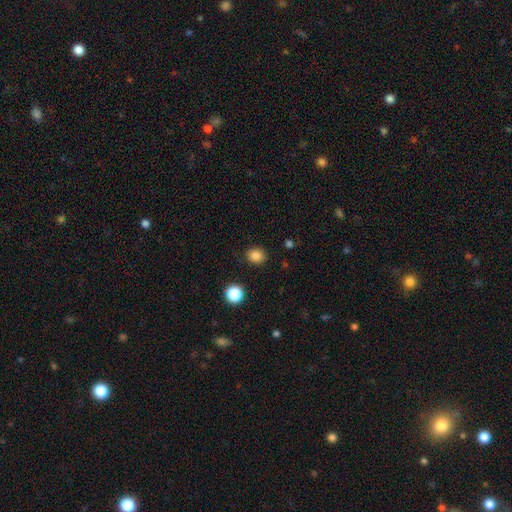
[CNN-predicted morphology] The model was most divided on "how rounded": round: 73%, in between: 26%, cigar-shaped: 1%. More confident: merging — none (87%); smooth or featured — smooth (84%).